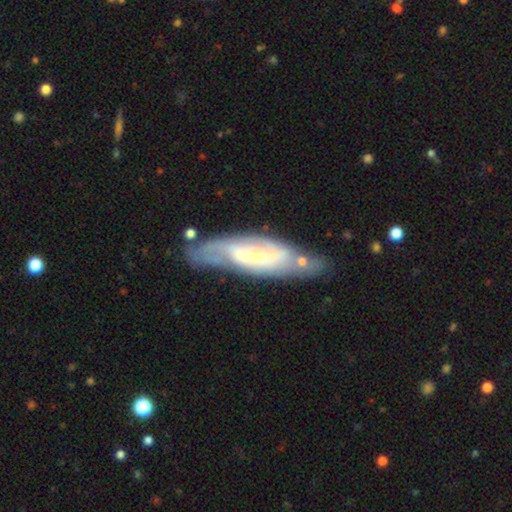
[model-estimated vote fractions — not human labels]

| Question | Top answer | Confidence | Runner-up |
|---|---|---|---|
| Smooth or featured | featured or disk | 70% | smooth (24%) |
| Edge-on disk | no | 77% | yes (23%) |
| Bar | no | 41% | weak (37%) |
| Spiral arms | yes | 80% | no (20%) |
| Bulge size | small | 69% | moderate (22%) |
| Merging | none | 61% | minor disturbance (21%) |